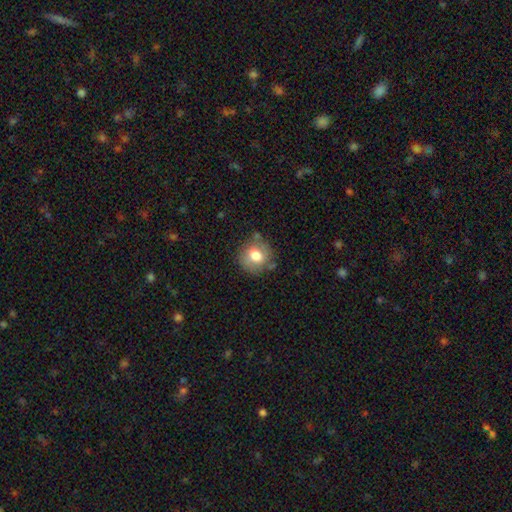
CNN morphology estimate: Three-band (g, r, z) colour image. It shows a smooth galaxy with no disk features (74%) that is round (84%). Merging: none (75%).